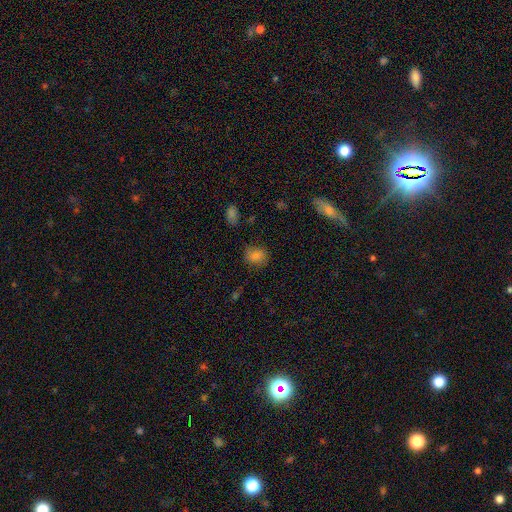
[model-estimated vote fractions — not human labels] Smooth or featured?
  - smooth: 81% *
  - star or artifact: 12%
  - featured or disk: 7%
How rounded?
  - round: 60% *
  - in between: 39%
  - cigar-shaped: 1%
Merging?
  - none: 81% *
  - minor disturbance: 14%
  - major disturbance: 3%
  - merger: 2%